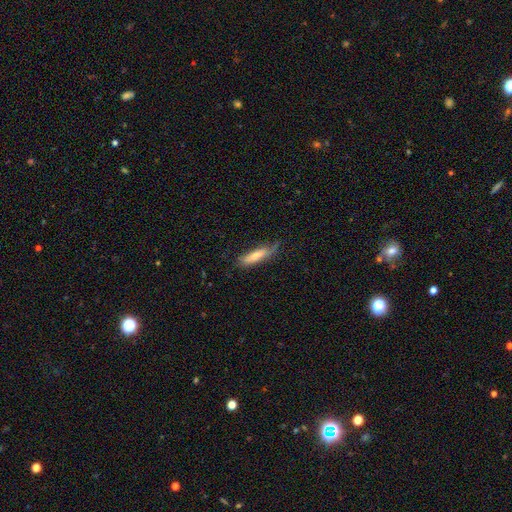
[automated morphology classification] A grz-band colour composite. It shows a smooth galaxy with no disk features (66%) that is cigar-shaped (74%). Merging: none (57%).